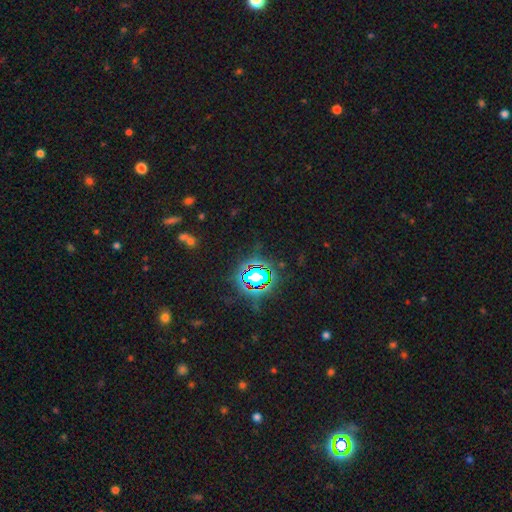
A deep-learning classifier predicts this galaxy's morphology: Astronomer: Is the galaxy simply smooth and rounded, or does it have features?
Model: star or artifact — 81%.